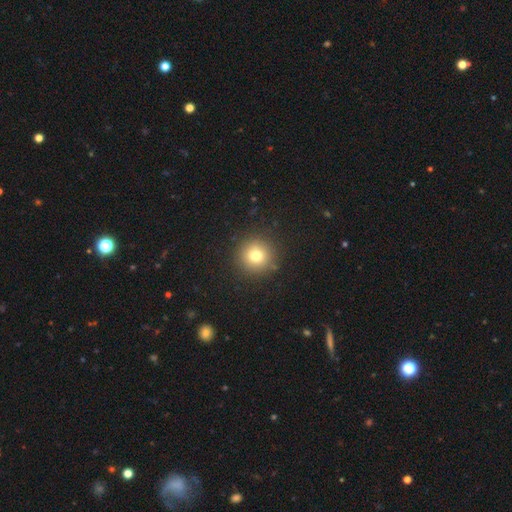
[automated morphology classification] Smooth or featured? Predicted: smooth (p=0.75). How rounded? Predicted: round (p=0.95). Merging? Predicted: none (p=0.90).